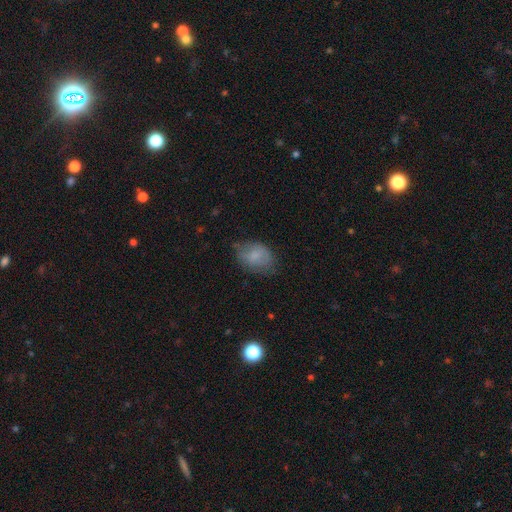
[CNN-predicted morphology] Smooth or featured? Predicted: smooth (p=0.73). How rounded? Predicted: in between (p=0.77). Merging? Predicted: none (p=0.62).